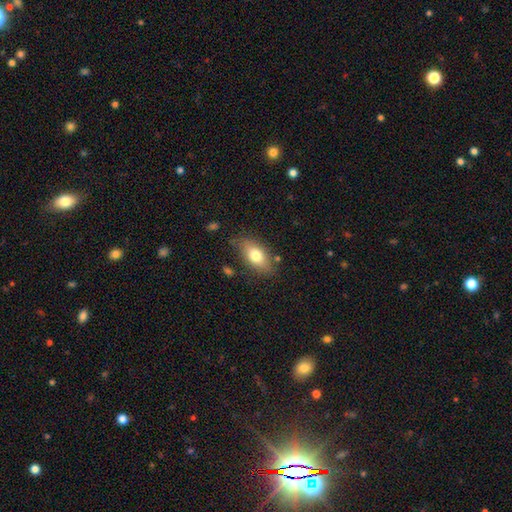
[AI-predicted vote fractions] smooth 74%, featured or disk 18%, star or artifact 7%. Down the decision tree: how rounded — in between (86%); merging — none (77%).